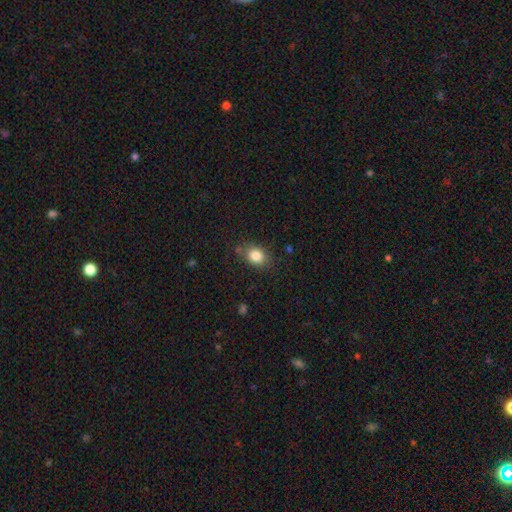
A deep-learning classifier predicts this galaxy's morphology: Smooth or featured? smooth (83%)
How rounded? in between (61%)
Merging? none (77%)